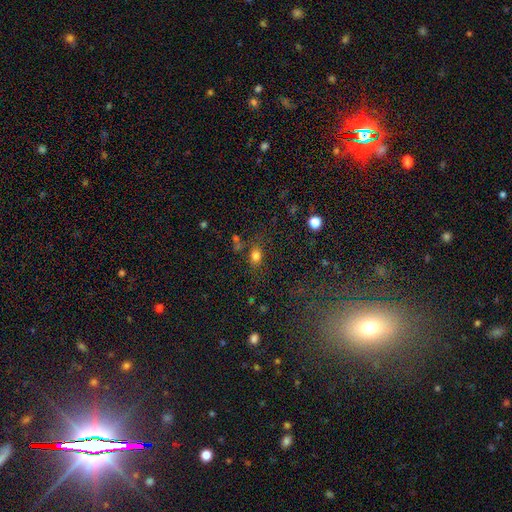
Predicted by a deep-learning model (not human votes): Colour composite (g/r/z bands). It shows a smooth galaxy with no disk features (76%) that is in between round and cigar-shaped (49%). Merging: none (72%).